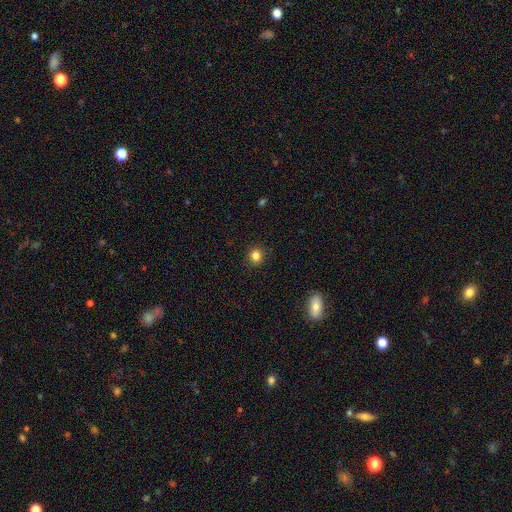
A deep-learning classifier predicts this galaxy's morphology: Smooth or featured? Predicted: smooth (p=0.84). How rounded? Predicted: round (p=0.86). Merging? Predicted: none (p=0.90).